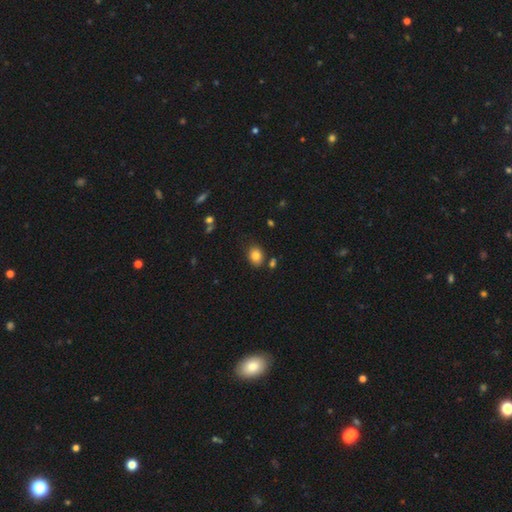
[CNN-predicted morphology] Smooth or featured: smooth — 82% (star or artifact — 10%)
How rounded: in between — 57% (round — 42%)
Merging: none — 79% (minor disturbance — 12%)